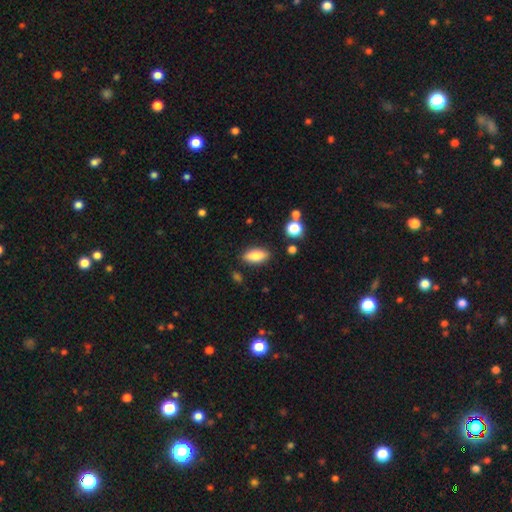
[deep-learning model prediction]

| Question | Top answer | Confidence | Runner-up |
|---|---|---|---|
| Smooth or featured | smooth | 81% | featured or disk (11%) |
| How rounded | in between | 84% | cigar-shaped (13%) |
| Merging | none | 85% | minor disturbance (10%) |